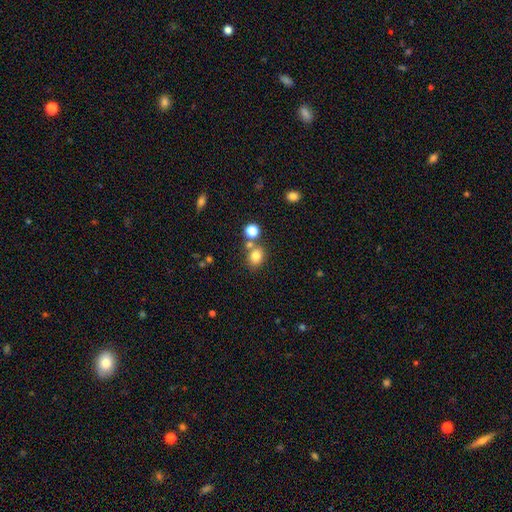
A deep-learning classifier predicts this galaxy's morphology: Overall: smooth (80%). How rounded: round (54%; in between 45%). Merging: none (66%).